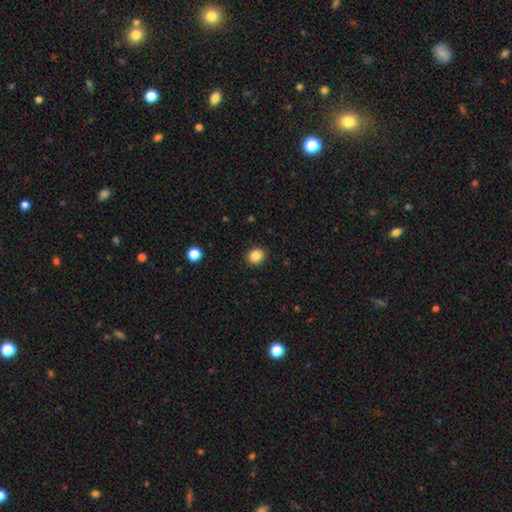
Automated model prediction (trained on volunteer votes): This is clearly a smooth galaxy (86%). How rounded: likely round (72%). Merging: clearly none (90%).